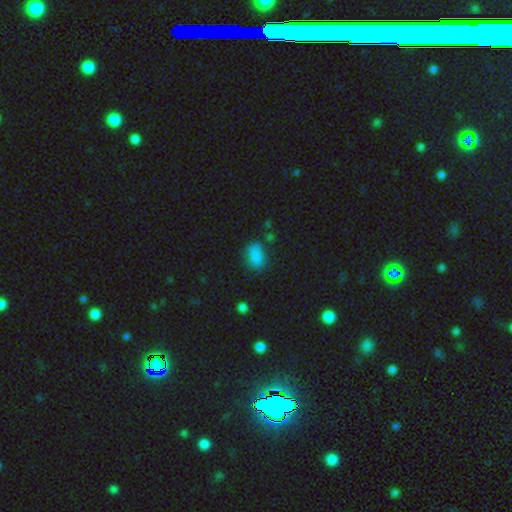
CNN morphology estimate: smooth 82%, star or artifact 12%, featured or disk 5%. Down the decision tree: how rounded — in between (81%); merging — none (68%).